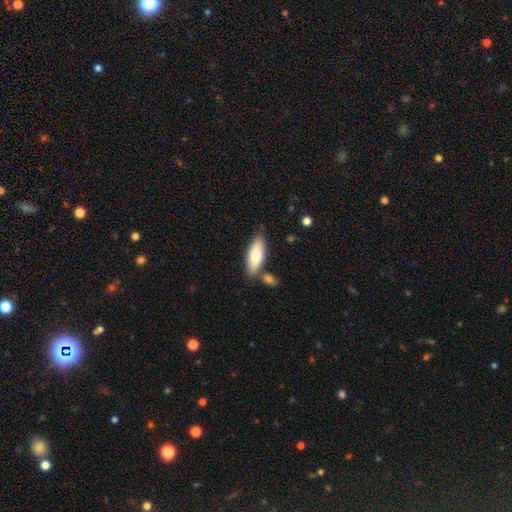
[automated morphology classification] A smooth galaxy with no disk features (78%) that is in between round and cigar-shaped (75%).

Vote fractions:
- Smooth or featured? smooth: 78% / featured or disk: 16% / star or artifact: 6%
- How rounded? in between: 75% / cigar-shaped: 23% / round: 2%
- Merging? none: 71% / minor disturbance: 16% / merger: 10% / major disturbance: 3%